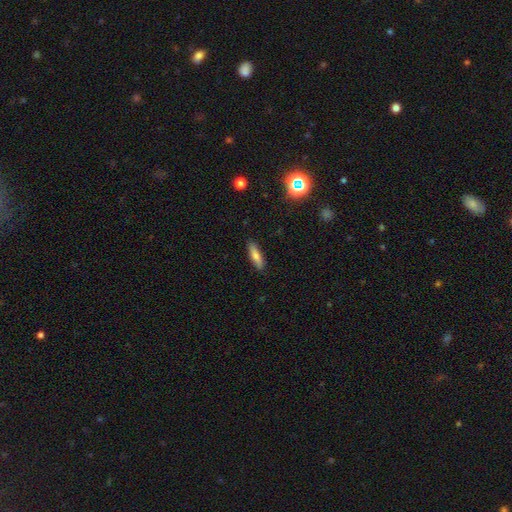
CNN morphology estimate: This is likely a smooth galaxy (70%). How rounded: likely cigar-shaped (61%). Merging: clearly none (88%).